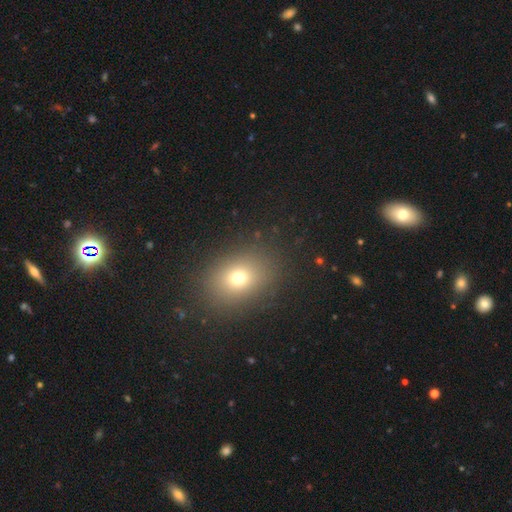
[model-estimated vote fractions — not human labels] The model was most divided on "how rounded": in between: 58%, round: 40%, cigar-shaped: 1%. More confident: merging — none (89%); smooth or featured — smooth (66%).